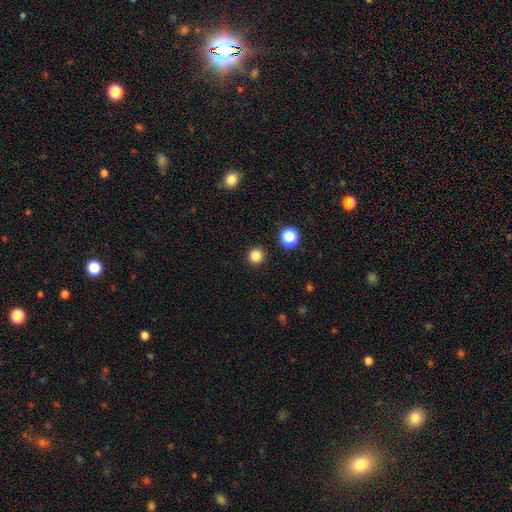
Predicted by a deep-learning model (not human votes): Smooth or featured? Predicted: smooth (p=0.84). How rounded? Predicted: round (p=0.95). Merging? Predicted: none (p=0.93).